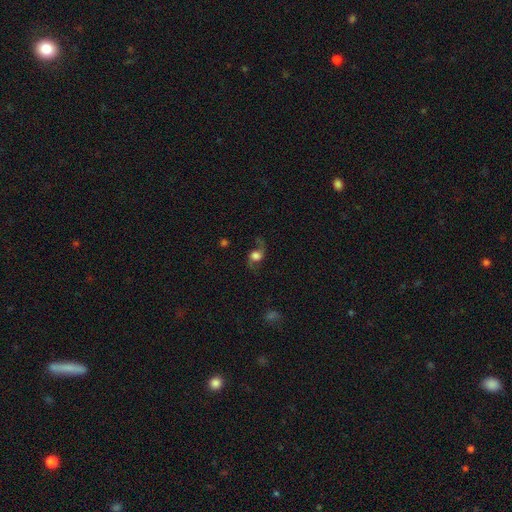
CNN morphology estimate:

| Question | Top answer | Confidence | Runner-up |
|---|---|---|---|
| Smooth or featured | featured or disk | 63% | smooth (25%) |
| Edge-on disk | no | 91% | yes (9%) |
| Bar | no | 65% | weak (28%) |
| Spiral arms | yes | 91% | no (9%) |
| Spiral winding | loose | 83% | medium (14%) |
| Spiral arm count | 2 | 92% | 1 (3%) |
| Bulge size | large | 50% | dominant (21%) |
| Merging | none | 69% | minor disturbance (15%) |